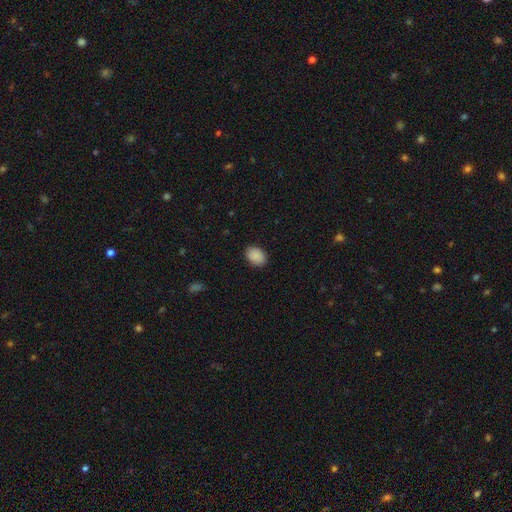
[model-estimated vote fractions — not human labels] Morphology: type=smooth (90%); roundness=in between (73%); merging=none (88%).